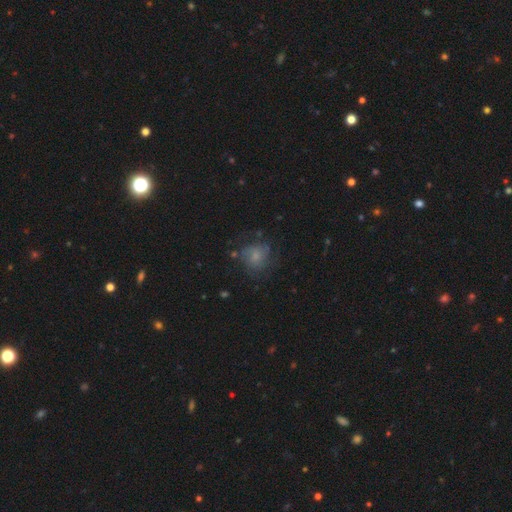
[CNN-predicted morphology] Overall: smooth (63%; featured or disk 25%). How rounded: round (78%). Merging: none (56%; minor disturbance 24%).